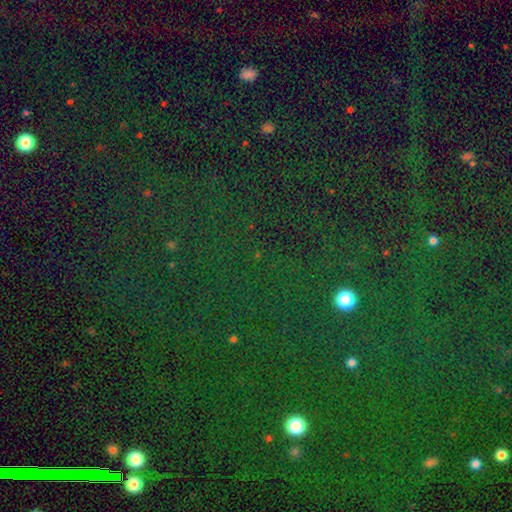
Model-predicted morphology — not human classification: Smooth or featured? star or artifact (79%)